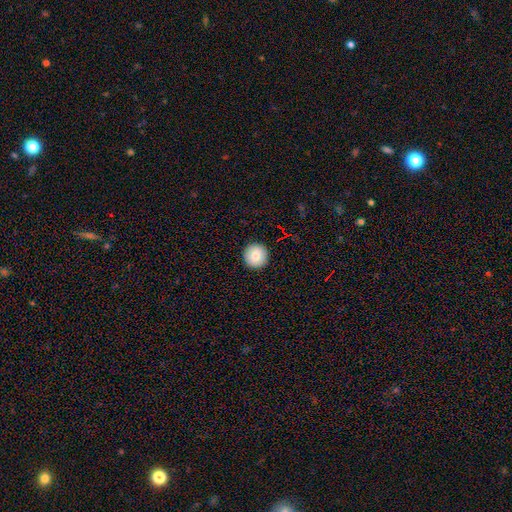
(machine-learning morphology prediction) smooth-or-featured: smooth: 83% | featured or disk: 8% | star or artifact: 8%
  how-rounded: round: 95% | in between: 4% | cigar-shaped: 1%
  merging: none: 93% | minor disturbance: 5% | major disturbance: 1% | merger: 1%